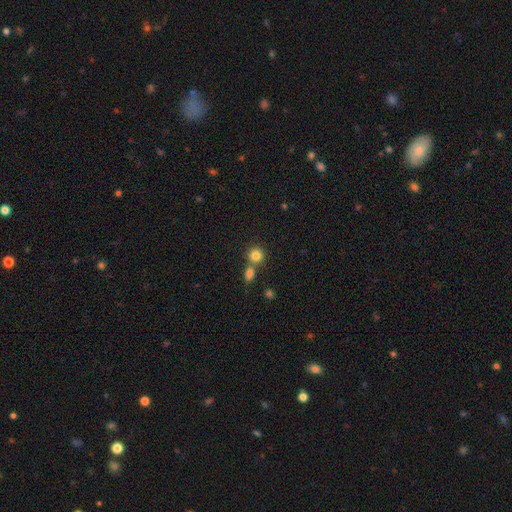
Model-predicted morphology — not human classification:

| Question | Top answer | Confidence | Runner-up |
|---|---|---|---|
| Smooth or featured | smooth | 82% | star or artifact (11%) |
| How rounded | round | 86% | in between (13%) |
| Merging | none | 57% | merger (32%) |